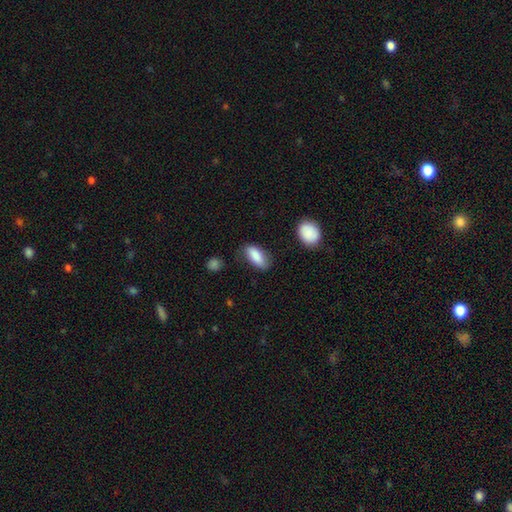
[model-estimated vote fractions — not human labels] A smooth galaxy with no disk features (85%) that is in between round and cigar-shaped (85%).

Vote fractions:
- Smooth or featured? smooth: 85% / featured or disk: 9% / star or artifact: 6%
- How rounded? in between: 85% / cigar-shaped: 12% / round: 3%
- Merging? none: 73% / minor disturbance: 20% / major disturbance: 5% / merger: 2%